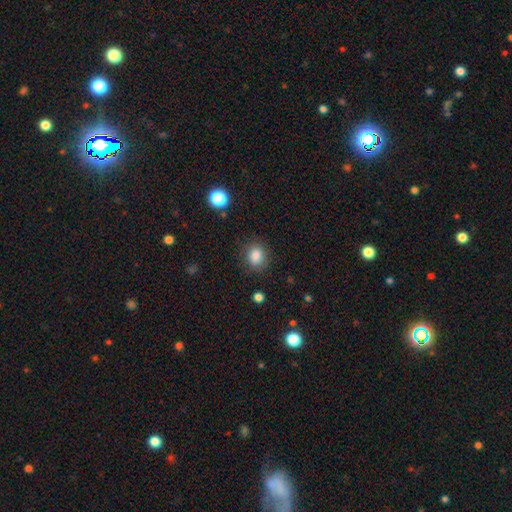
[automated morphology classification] smooth-or-featured: smooth: 86% | star or artifact: 10% | featured or disk: 4%
  how-rounded: round: 67% | in between: 32% | cigar-shaped: 1%
  merging: none: 85% | minor disturbance: 10% | major disturbance: 4% | merger: 1%